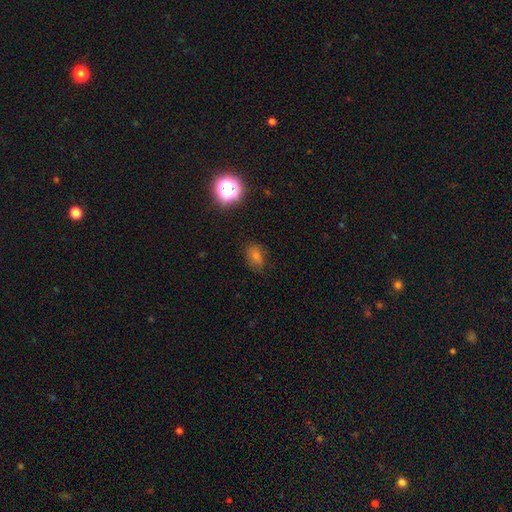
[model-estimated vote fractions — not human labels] Smooth or featured: smooth — 64% (star or artifact — 26%)
How rounded: in between — 55% (round — 43%)
Merging: none — 79% (minor disturbance — 15%)